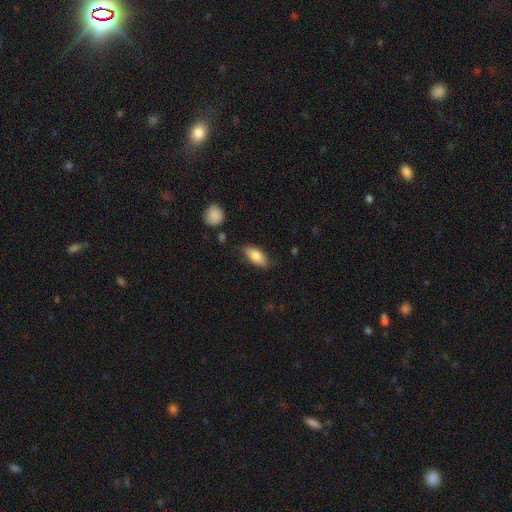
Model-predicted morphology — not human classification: Smooth or featured?
  - smooth: 81% *
  - featured or disk: 12%
  - star or artifact: 7%
How rounded?
  - in between: 88% *
  - cigar-shaped: 9%
  - round: 3%
Merging?
  - none: 77% *
  - minor disturbance: 17%
  - major disturbance: 4%
  - merger: 2%